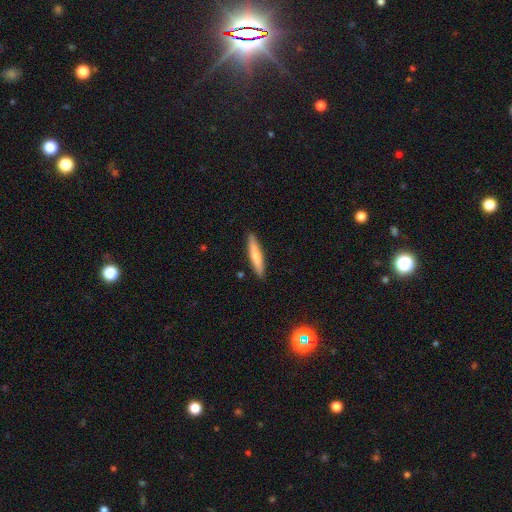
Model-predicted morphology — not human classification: smooth 68%, featured or disk 27%, star or artifact 5%. Down the decision tree: how rounded — cigar-shaped (90%); merging — none (89%).